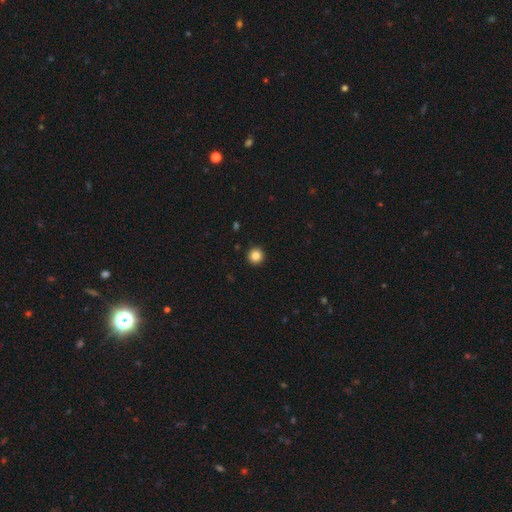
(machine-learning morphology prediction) Q: Smooth or featured?
A: smooth (84%); runner-up: star or artifact (11%)
Q: How rounded?
A: round (96%); runner-up: in between (3%)
Q: Merging?
A: none (94%); runner-up: minor disturbance (4%)